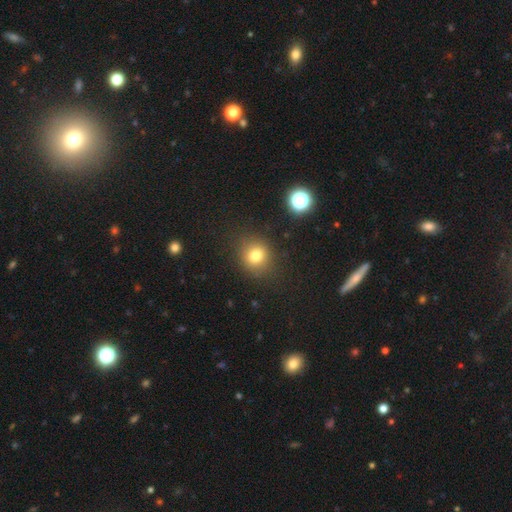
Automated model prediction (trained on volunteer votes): A smooth galaxy with no disk features (78%) that is round (81%).

Vote fractions:
- Smooth or featured? smooth: 78% / star or artifact: 15% / featured or disk: 8%
- How rounded? round: 81% / in between: 18% / cigar-shaped: 1%
- Merging? none: 85% / minor disturbance: 10% / major disturbance: 3% / merger: 2%